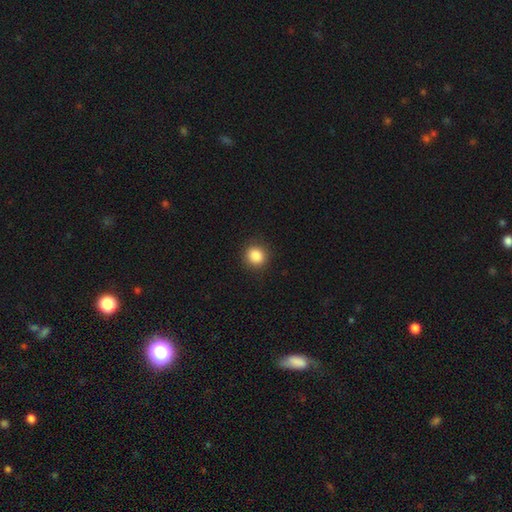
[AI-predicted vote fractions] Smooth or featured: smooth — 86% (star or artifact — 10%)
How rounded: round — 87% (in between — 12%)
Merging: none — 90% (minor disturbance — 7%)